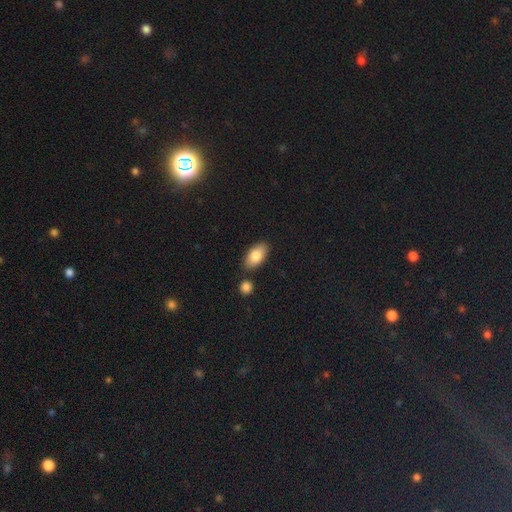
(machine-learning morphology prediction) Overall: smooth (83%). How rounded: in between (93%). Merging: none (79%).